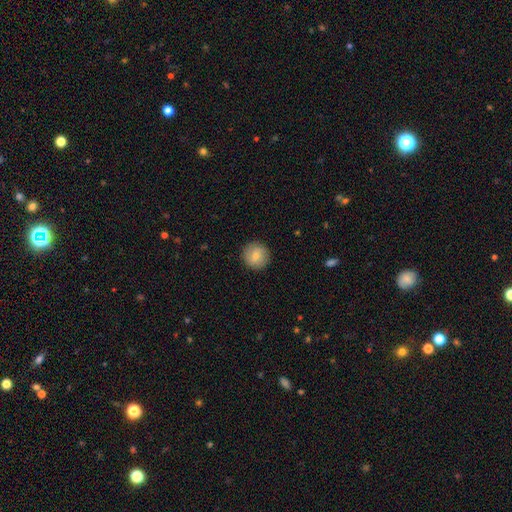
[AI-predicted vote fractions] smooth 78%, featured or disk 14%, star or artifact 8%. Down the decision tree: how rounded — round (94%); merging — none (90%).